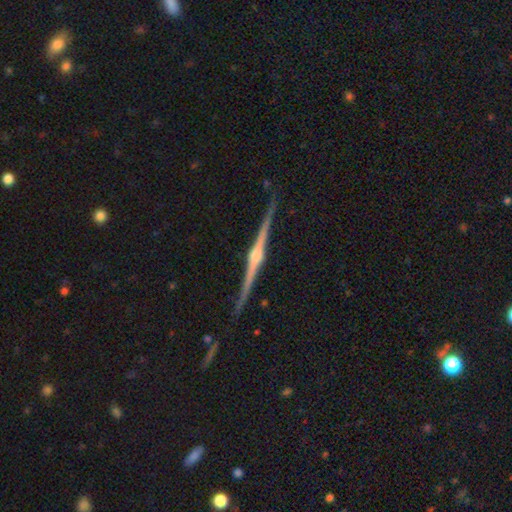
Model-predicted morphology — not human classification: type=featured or disk (90%); edge-on=yes (99%); edge-on bulge=rounded (92%); merging=none (90%).